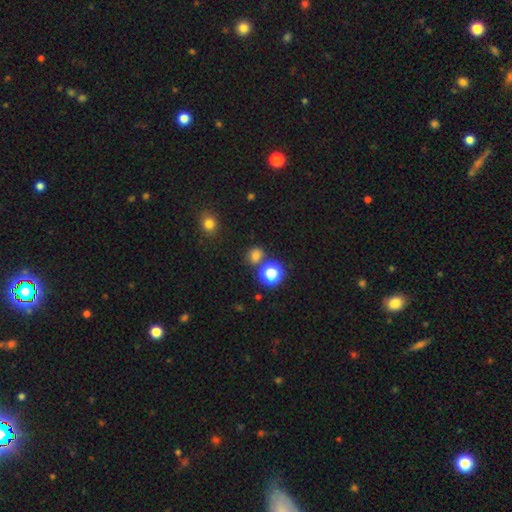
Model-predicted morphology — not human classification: Smooth or featured: smooth — 70% (star or artifact — 24%)
How rounded: round — 69% (in between — 30%)
Merging: none — 71% (merger — 13%)